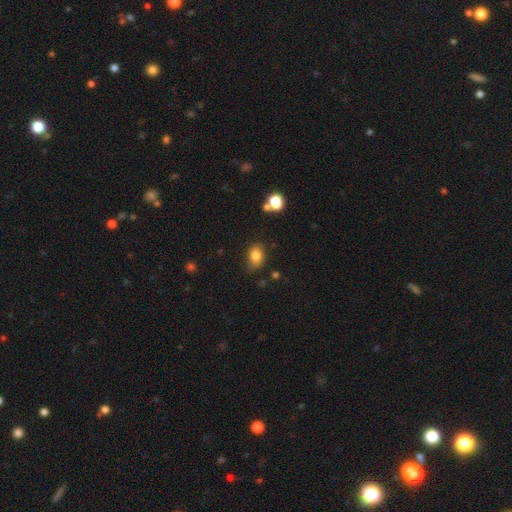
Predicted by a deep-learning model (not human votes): smooth_or_featured: smooth (p=0.82) [alt: star or artifact p=0.11]
how_rounded: in between (p=0.68) [alt: round p=0.30]
merging: none (p=0.65) [alt: minor disturbance p=0.26]